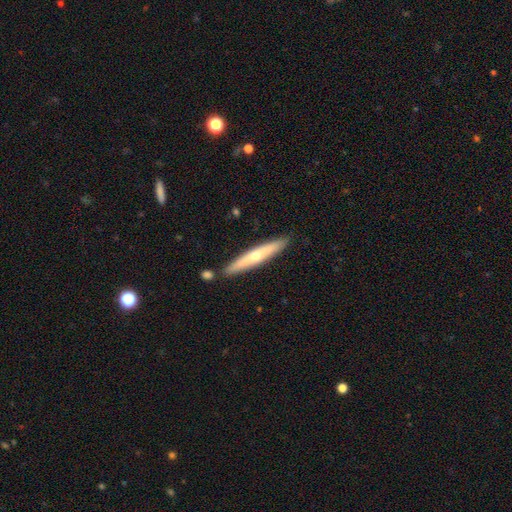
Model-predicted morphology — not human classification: featured or disk 50%, smooth 45%, star or artifact 6%. Down the decision tree: merging — none (86%).